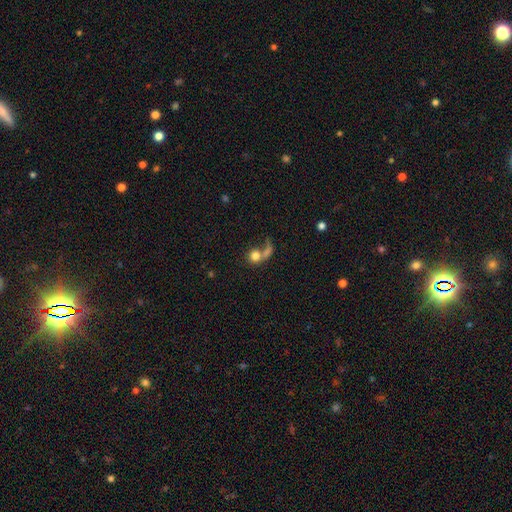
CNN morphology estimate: Q: Smooth or featured?
A: smooth (73%); runner-up: featured or disk (18%)
Q: How rounded?
A: round (78%); runner-up: in between (20%)
Q: Merging?
A: merger (43%); runner-up: none (27%)